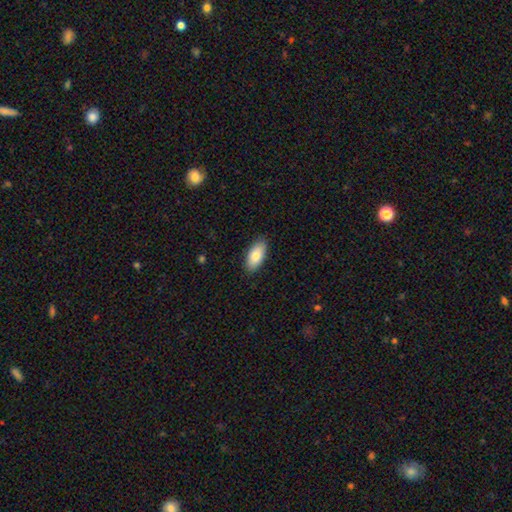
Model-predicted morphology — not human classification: A smooth galaxy with no disk features (82%) that is in between round and cigar-shaped (92%).

Vote fractions:
- Smooth or featured? smooth: 82% / featured or disk: 12% / star or artifact: 6%
- How rounded? in between: 92% / cigar-shaped: 6% / round: 2%
- Merging? none: 88% / minor disturbance: 10% / major disturbance: 2% / merger: 1%